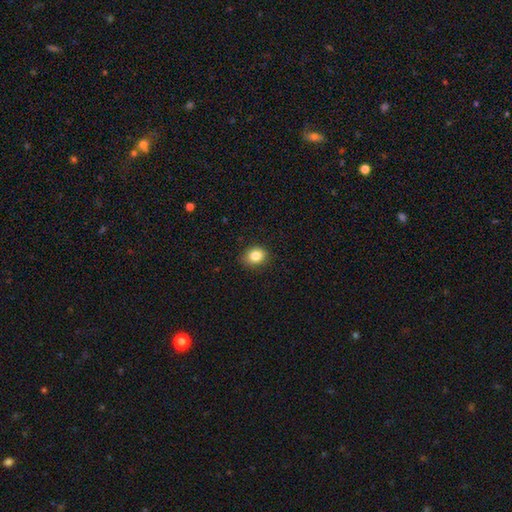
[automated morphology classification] Smooth or featured? Predicted: smooth (p=0.84). How rounded? Predicted: round (p=0.62). Merging? Predicted: none (p=0.86).